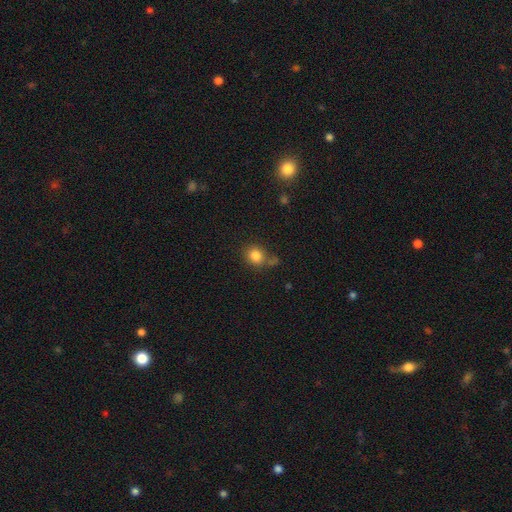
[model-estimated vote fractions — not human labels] Q: Smooth or featured?
A: smooth (83%); runner-up: star or artifact (11%)
Q: How rounded?
A: round (74%); runner-up: in between (25%)
Q: Merging?
A: none (66%); runner-up: minor disturbance (17%)